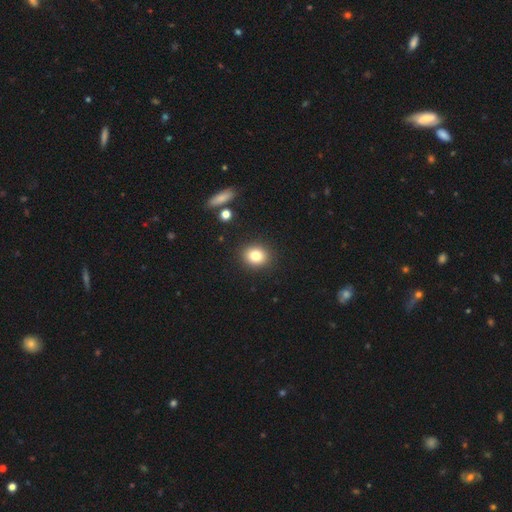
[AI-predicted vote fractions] smooth 81%, star or artifact 11%, featured or disk 8%. Down the decision tree: how rounded — round (70%); merging — none (90%).